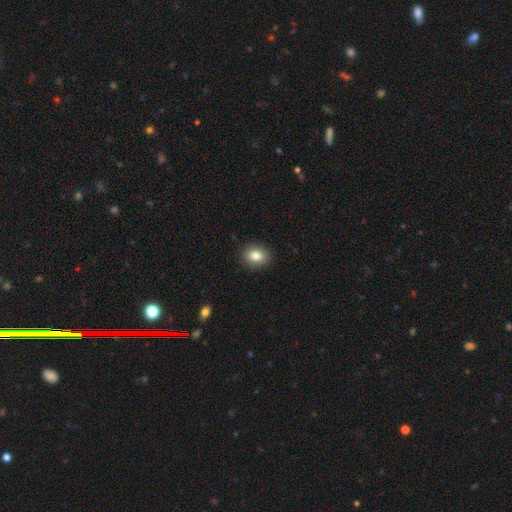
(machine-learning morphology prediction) type=smooth (83%); roundness=round (64%); merging=none (90%).